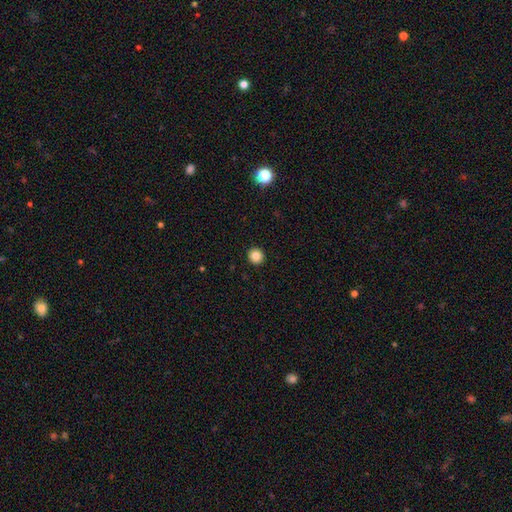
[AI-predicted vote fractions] smooth-or-featured: smooth: 84% | star or artifact: 11% | featured or disk: 5%
  how-rounded: round: 94% | in between: 5% | cigar-shaped: 1%
  merging: none: 93% | minor disturbance: 4% | major disturbance: 1% | merger: 1%